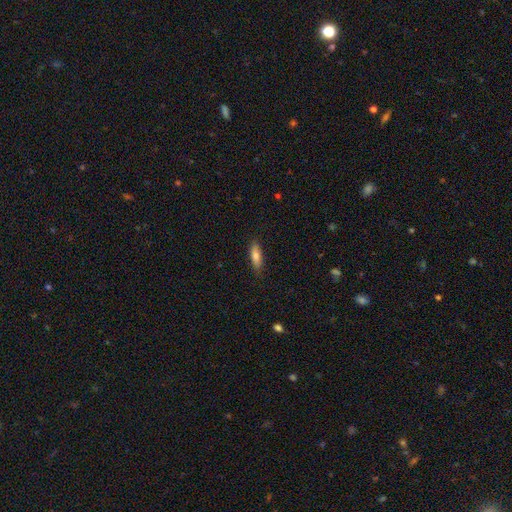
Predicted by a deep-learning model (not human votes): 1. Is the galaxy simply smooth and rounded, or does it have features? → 76% smooth, 17% featured or disk, 7% star or artifact.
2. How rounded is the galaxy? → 54% cigar-shaped, 44% in between, 2% round.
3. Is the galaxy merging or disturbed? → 86% none, 11% minor disturbance, 2% major disturbance, 1% merger.